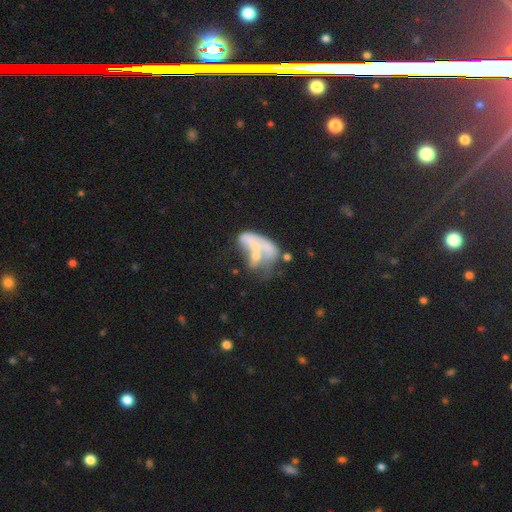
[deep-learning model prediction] smooth-or-featured: featured or disk: 51% | smooth: 39% | star or artifact: 10%
  disk-edge-on: no: 96% | yes: 4%
  merging: merger: 48% | major disturbance: 27% | none: 14% | minor disturbance: 11%